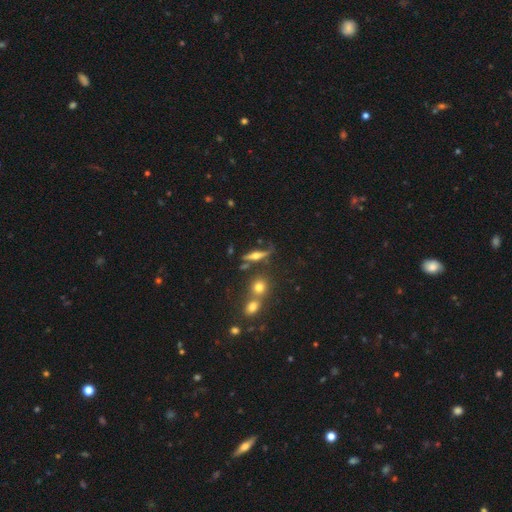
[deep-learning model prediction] Morphology: type=featured or disk (57%); edge-on=yes (89%); edge-on bulge=rounded (91%); merging=none (66%).